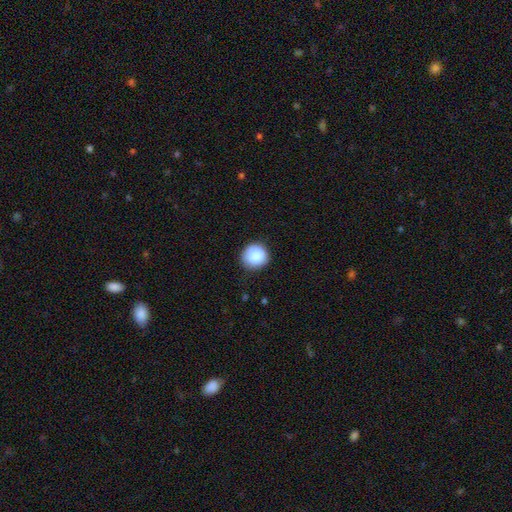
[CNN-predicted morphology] smooth-or-featured: smooth: 87% | star or artifact: 8% | featured or disk: 5%
  how-rounded: round: 92% | in between: 7% | cigar-shaped: 1%
  merging: none: 84% | minor disturbance: 13% | major disturbance: 3% | merger: 1%